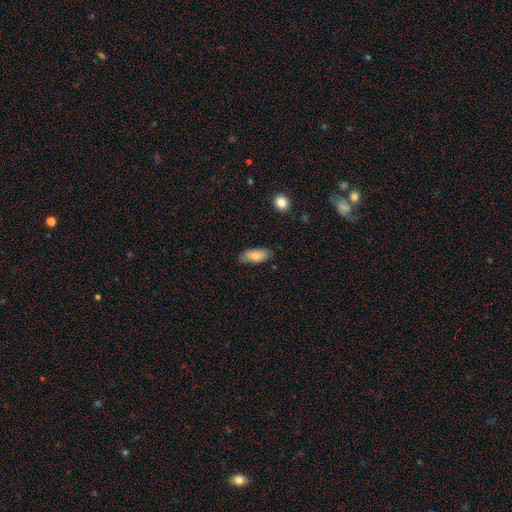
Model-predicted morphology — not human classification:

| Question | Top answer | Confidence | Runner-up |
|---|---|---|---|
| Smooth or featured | smooth | 81% | featured or disk (13%) |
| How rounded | in between | 87% | cigar-shaped (11%) |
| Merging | none | 72% | minor disturbance (22%) |